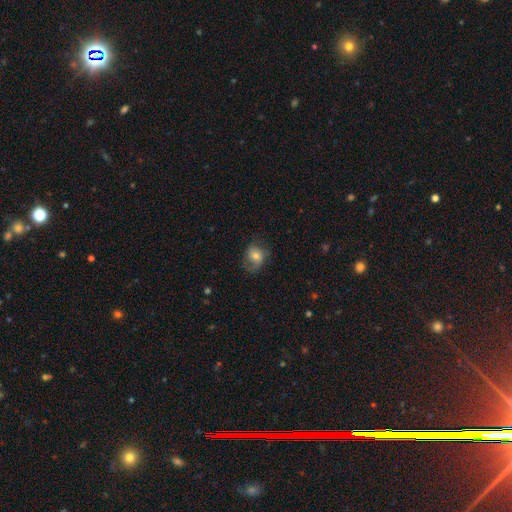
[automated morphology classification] Overall: smooth (60%; featured or disk 31%). How rounded: in between (50%; round 49%). Merging: none (58%; minor disturbance 26%).